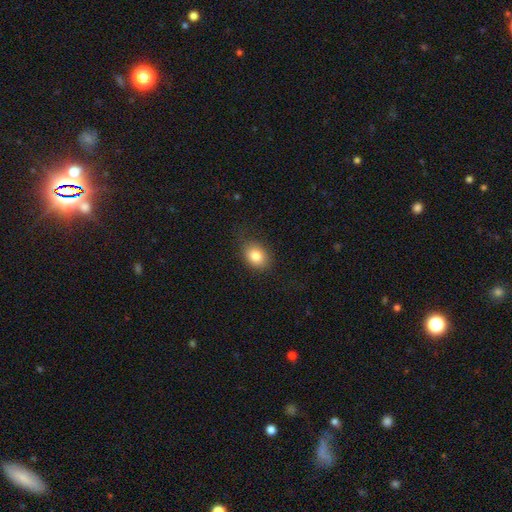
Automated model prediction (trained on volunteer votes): Q: Smooth or featured?
A: smooth (82%); runner-up: star or artifact (10%)
Q: How rounded?
A: in between (62%); runner-up: round (37%)
Q: Merging?
A: none (76%); runner-up: minor disturbance (18%)